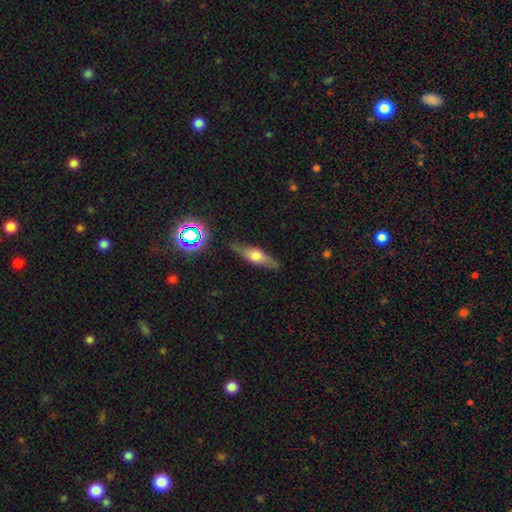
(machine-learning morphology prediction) This is likely a featured or disk galaxy (62%). It is clearly viewed edge-on (92%). Edge-on bulge: clearly rounded (89%). Merging: clearly none (82%).